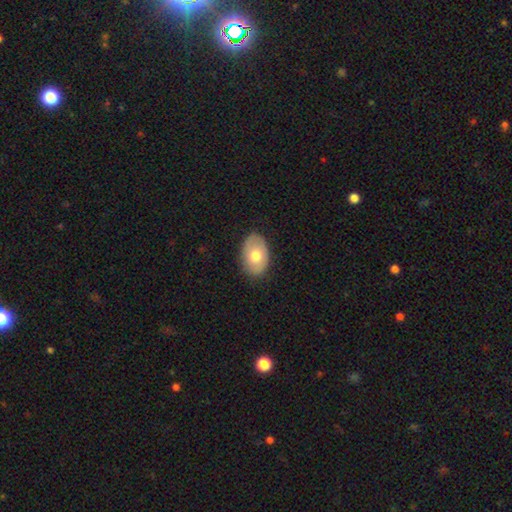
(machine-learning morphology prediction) type=smooth (69%); roundness=in between (86%); merging=none (84%).